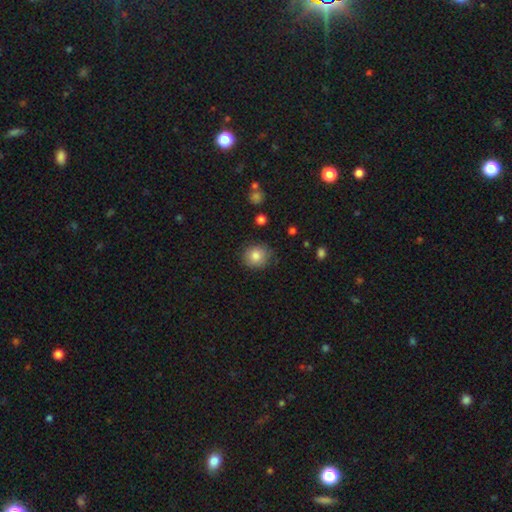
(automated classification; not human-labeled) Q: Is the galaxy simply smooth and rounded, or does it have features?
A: smooth — 83%.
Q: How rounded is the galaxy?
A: round — 81%.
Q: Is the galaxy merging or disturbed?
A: none — 83%.